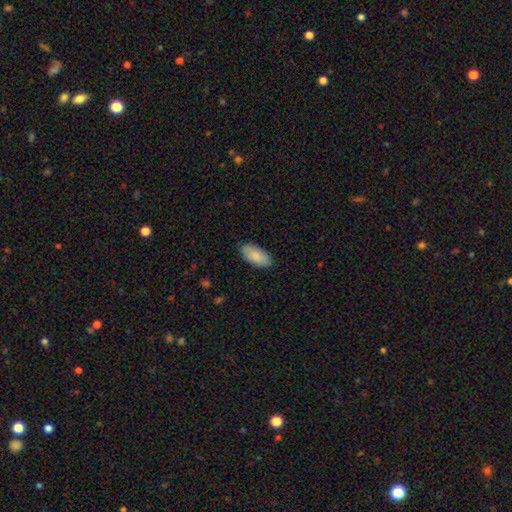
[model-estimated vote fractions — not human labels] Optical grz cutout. It shows a smooth galaxy with no disk features (89%) that is in between round and cigar-shaped (93%). Merging: none (86%).